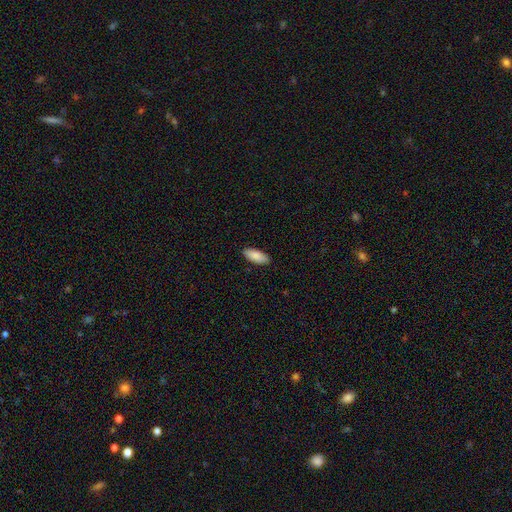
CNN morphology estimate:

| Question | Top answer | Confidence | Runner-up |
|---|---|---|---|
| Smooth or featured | smooth | 89% | star or artifact (6%) |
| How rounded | in between | 82% | cigar-shaped (16%) |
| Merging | none | 89% | minor disturbance (8%) |